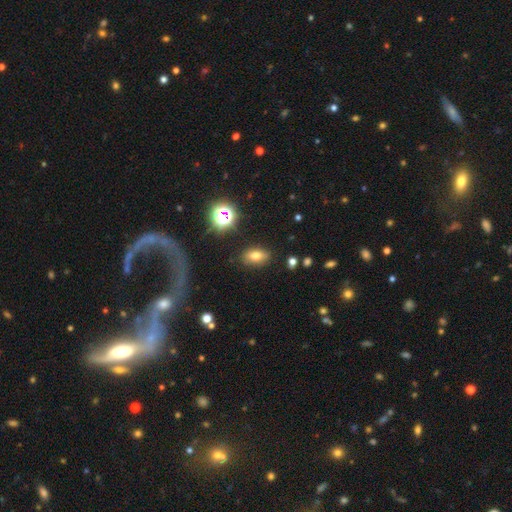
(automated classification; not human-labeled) Smooth or featured: smooth — 68% (star or artifact — 18%)
How rounded: in between — 84% (round — 10%)
Merging: none — 85% (minor disturbance — 10%)